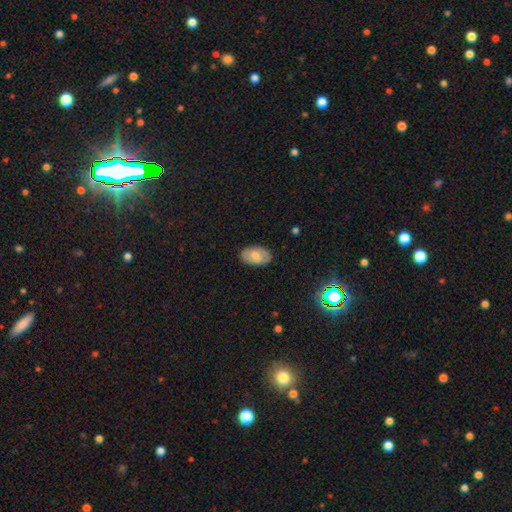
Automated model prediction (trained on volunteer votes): Morphology: type=smooth (67%); roundness=in between (92%); merging=none (84%).